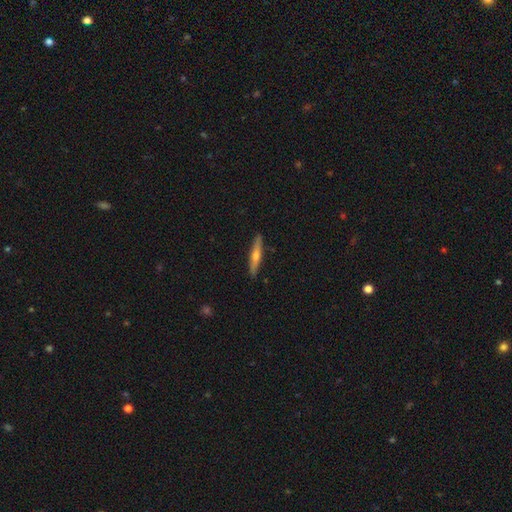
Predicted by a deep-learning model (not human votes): Overall: featured or disk (58%; smooth 35%). Edge-on disk: yes (96%). Edge-on bulge: rounded (84%). Merging: none (90%).